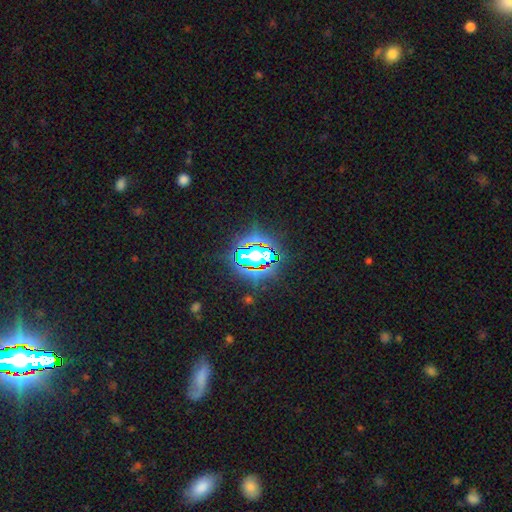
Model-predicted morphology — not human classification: Overall: star or artifact (76%).